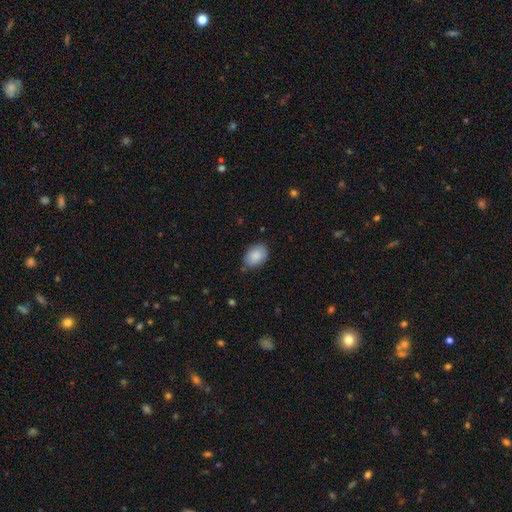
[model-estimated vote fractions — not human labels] smooth 88%, star or artifact 7%, featured or disk 6%. Down the decision tree: how rounded — in between (86%); merging — none (78%).